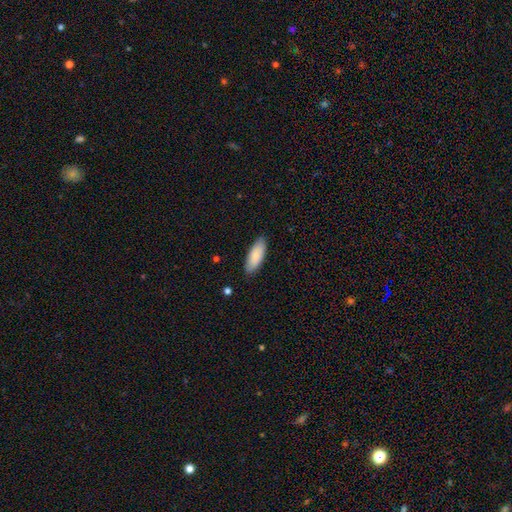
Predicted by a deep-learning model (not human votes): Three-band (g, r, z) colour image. It shows a smooth galaxy with no disk features (84%) that is in between round and cigar-shaped (77%). Merging: none (87%).